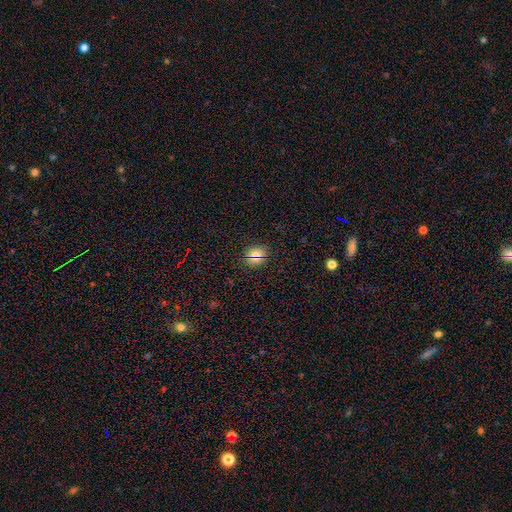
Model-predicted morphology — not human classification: A smooth galaxy with no disk features (70%) that is round (65%).

Vote fractions:
- Smooth or featured? smooth: 70% / star or artifact: 22% / featured or disk: 8%
- How rounded? round: 65% / in between: 33% / cigar-shaped: 2%
- Merging? none: 89% / minor disturbance: 7% / major disturbance: 3% / merger: 1%